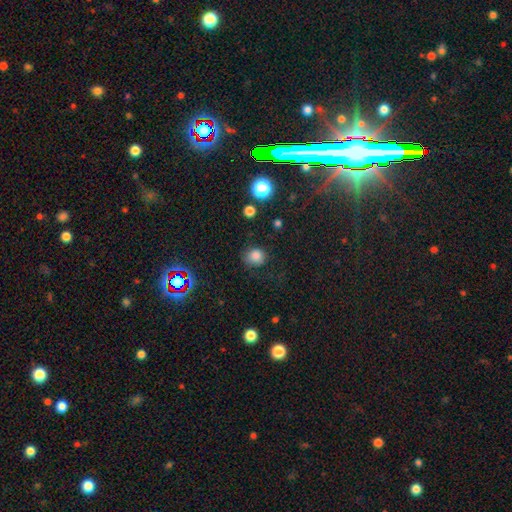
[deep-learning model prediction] Smooth or featured? smooth (81%)
How rounded? round (78%)
Merging? none (73%)